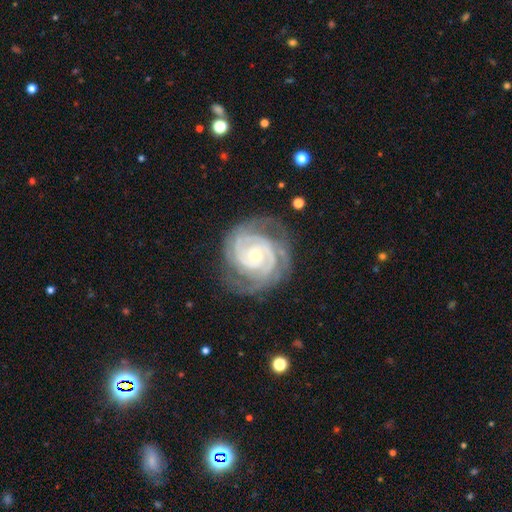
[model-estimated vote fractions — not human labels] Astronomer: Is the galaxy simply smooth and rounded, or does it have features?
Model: featured or disk — 91%.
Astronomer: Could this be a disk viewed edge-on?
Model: no — 98%.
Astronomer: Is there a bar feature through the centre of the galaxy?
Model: no — 71%.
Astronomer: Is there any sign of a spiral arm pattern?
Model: yes — 98%.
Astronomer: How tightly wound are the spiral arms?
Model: tight — 74%.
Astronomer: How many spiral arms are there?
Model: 2 — 41% (runner-up: 3, 24%).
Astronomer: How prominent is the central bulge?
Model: small — 59% (runner-up: moderate, 38%).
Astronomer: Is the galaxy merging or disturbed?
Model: none — 75%.